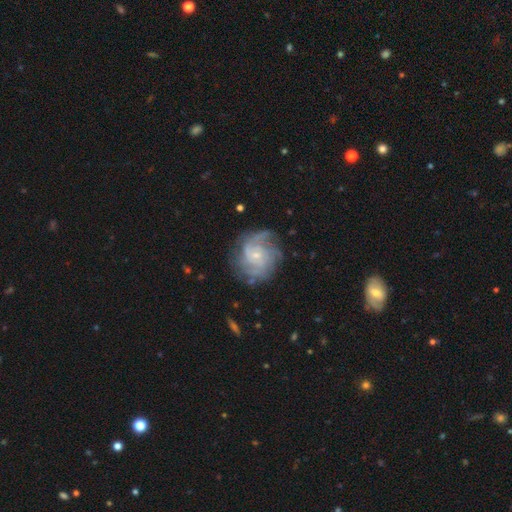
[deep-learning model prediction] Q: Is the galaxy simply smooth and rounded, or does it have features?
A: featured or disk — 82%.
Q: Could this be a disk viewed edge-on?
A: no — 98%.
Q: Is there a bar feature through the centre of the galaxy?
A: no — 68%.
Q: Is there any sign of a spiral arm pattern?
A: yes — 94%.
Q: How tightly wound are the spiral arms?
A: tight — 50%.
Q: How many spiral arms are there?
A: can't tell — 32%.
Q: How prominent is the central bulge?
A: small — 76%.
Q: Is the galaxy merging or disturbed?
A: none — 70%.